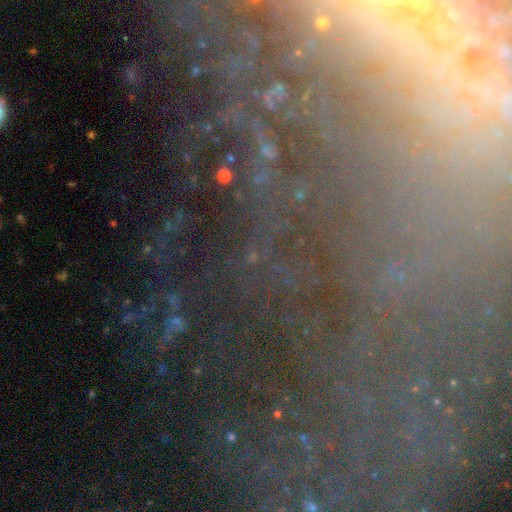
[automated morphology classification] This is possibly a star or artifact rather than a galaxy (56%).